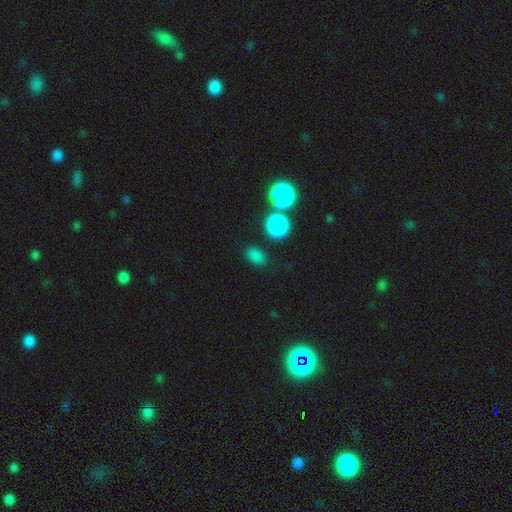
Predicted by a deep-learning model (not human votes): The model was most divided on "how rounded": in between: 64%, round: 34%, cigar-shaped: 2%. More confident: merging — none (82%); smooth or featured — smooth (78%).